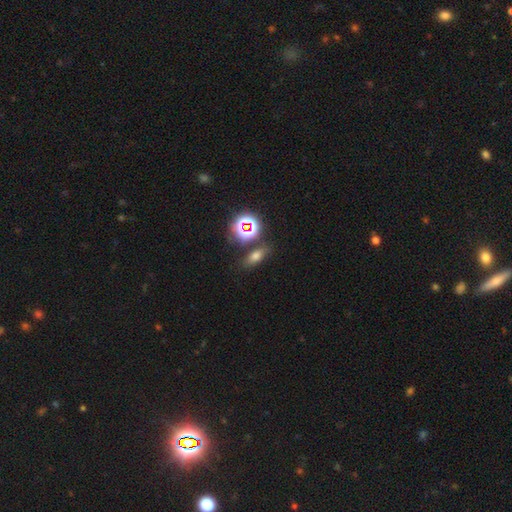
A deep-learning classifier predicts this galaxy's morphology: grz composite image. It shows a smooth galaxy with no disk features (60%) that is in between round and cigar-shaped (65%). Merging: none (77%).